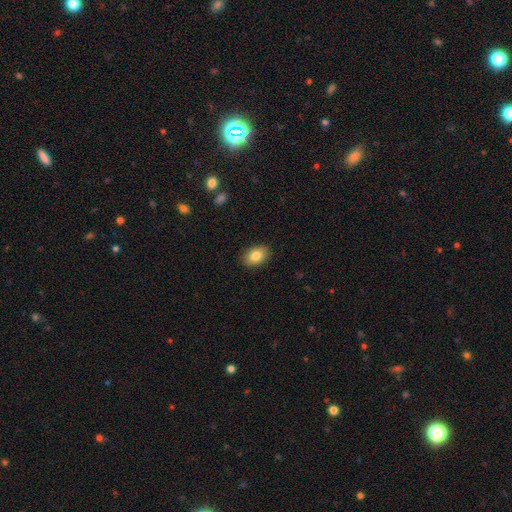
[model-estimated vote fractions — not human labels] Smooth or featured? Predicted: smooth (p=0.84). How rounded? Predicted: in between (p=0.82). Merging? Predicted: none (p=0.89).